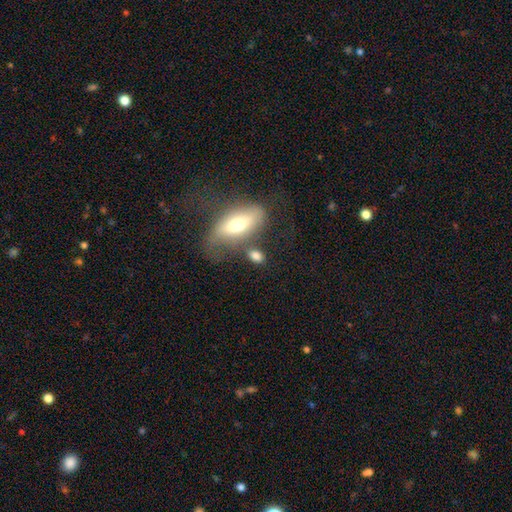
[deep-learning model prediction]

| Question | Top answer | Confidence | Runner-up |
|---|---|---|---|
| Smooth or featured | smooth | 75% | featured or disk (16%) |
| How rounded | in between | 77% | round (13%) |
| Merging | none | 54% | merger (20%) |